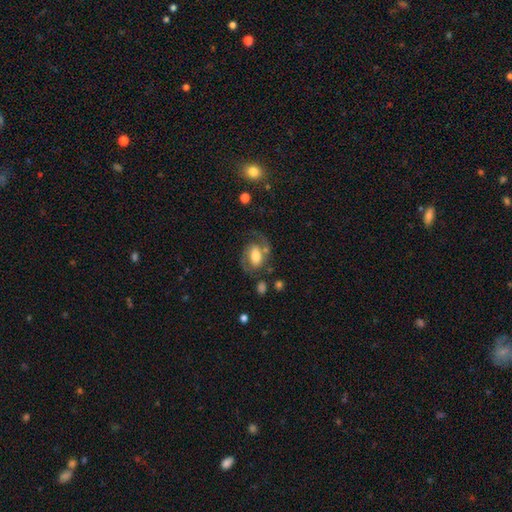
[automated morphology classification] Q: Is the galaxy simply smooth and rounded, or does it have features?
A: featured or disk — 68%.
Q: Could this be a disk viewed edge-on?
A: no — 96%.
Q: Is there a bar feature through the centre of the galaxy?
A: weak — 40%.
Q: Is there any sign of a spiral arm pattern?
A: yes — 87%.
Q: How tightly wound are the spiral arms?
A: medium — 52%.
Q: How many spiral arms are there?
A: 2 — 84%.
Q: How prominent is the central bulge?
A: moderate — 53%.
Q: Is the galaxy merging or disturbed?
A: none — 60%.